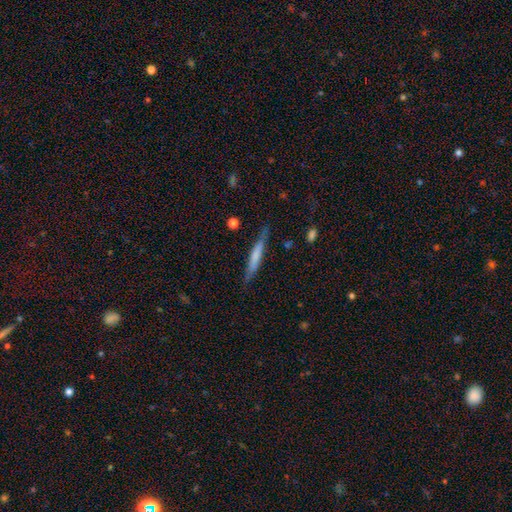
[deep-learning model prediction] Overall: smooth (57%; featured or disk 37%). How rounded: cigar-shaped (93%). Merging: none (79%).